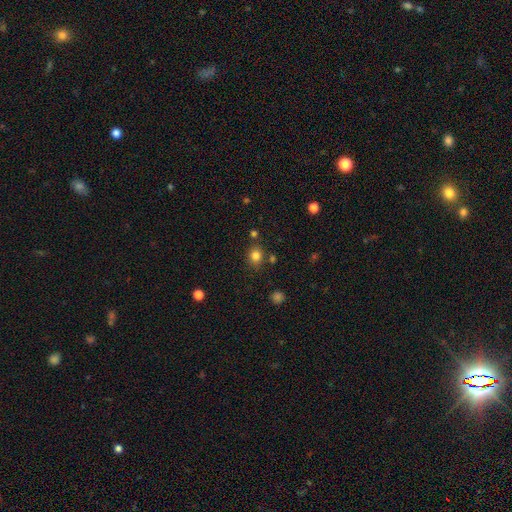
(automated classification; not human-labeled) Smooth or featured? smooth (81%)
How rounded? round (70%)
Merging? none (78%)